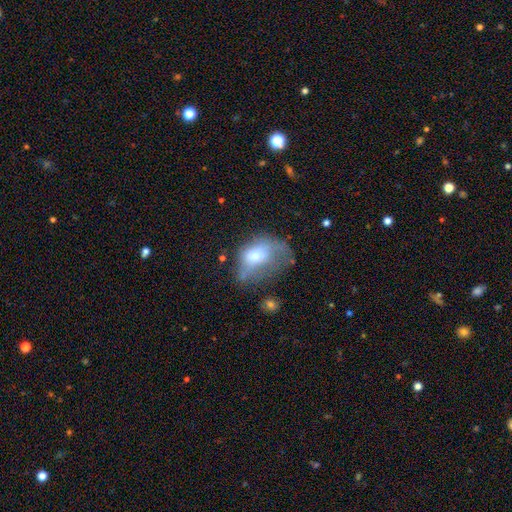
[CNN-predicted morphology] A smooth galaxy with no disk features (56%) that is in between round and cigar-shaped (76%). Merging: major disturbance (48%).